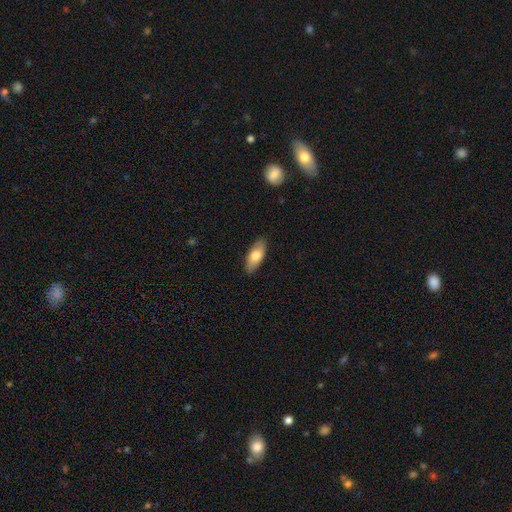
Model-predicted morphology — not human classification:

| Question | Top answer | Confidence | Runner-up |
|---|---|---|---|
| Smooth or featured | smooth | 76% | featured or disk (18%) |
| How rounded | in between | 85% | cigar-shaped (13%) |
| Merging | none | 87% | minor disturbance (10%) |